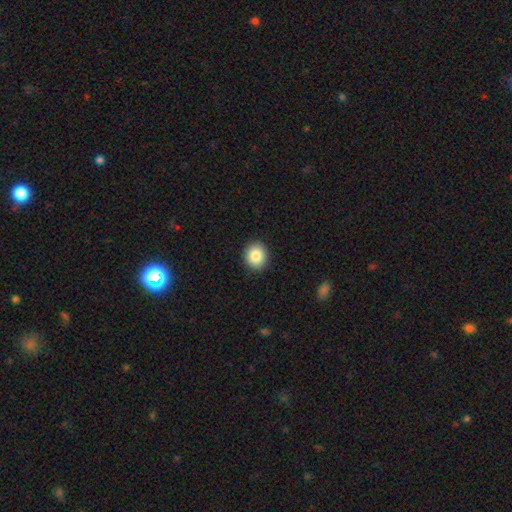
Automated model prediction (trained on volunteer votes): Smooth or featured?
  - smooth: 85% *
  - star or artifact: 9%
  - featured or disk: 6%
How rounded?
  - round: 77% *
  - in between: 22%
  - cigar-shaped: 1%
Merging?
  - none: 91% *
  - minor disturbance: 6%
  - major disturbance: 2%
  - merger: 1%